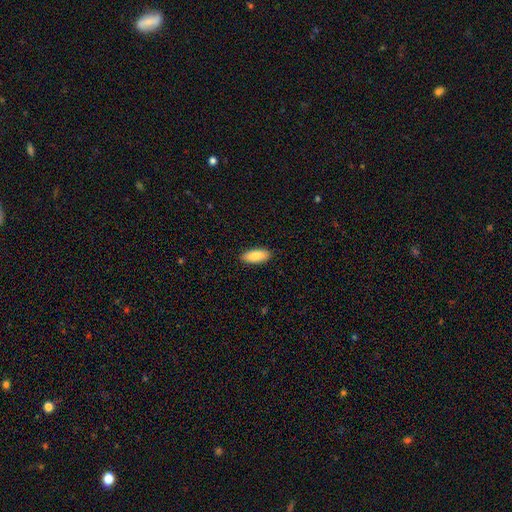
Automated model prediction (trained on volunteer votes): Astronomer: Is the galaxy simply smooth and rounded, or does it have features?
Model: smooth — 85%.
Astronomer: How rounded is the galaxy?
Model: in between — 84%.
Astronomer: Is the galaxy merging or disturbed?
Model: none — 90%.